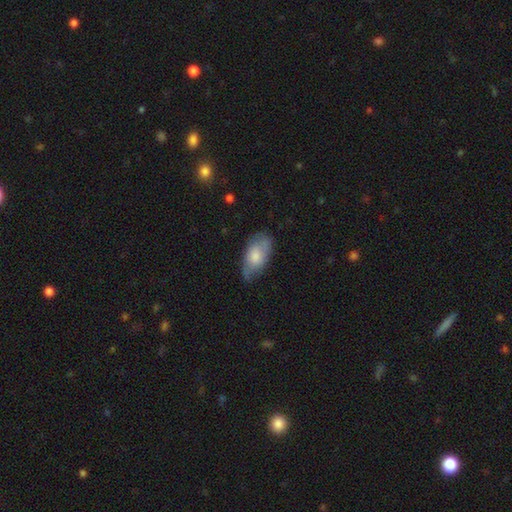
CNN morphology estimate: smooth_or_featured: smooth (p=0.65) [alt: featured or disk p=0.29]
how_rounded: in between (p=0.93) [alt: cigar-shaped p=0.04]
merging: none (p=0.59) [alt: minor disturbance p=0.31]